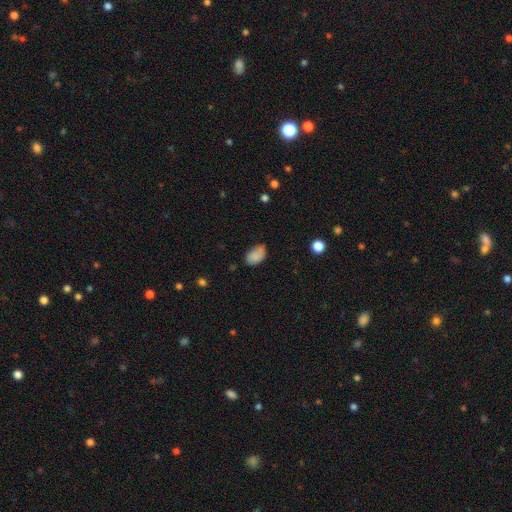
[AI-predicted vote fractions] A smooth galaxy with no disk features (84%) that is in between round and cigar-shaped (88%).

Vote fractions:
- Smooth or featured? smooth: 84% / star or artifact: 9% / featured or disk: 7%
- How rounded? in between: 88% / round: 11% / cigar-shaped: 1%
- Merging? none: 61% / minor disturbance: 30% / major disturbance: 6% / merger: 3%